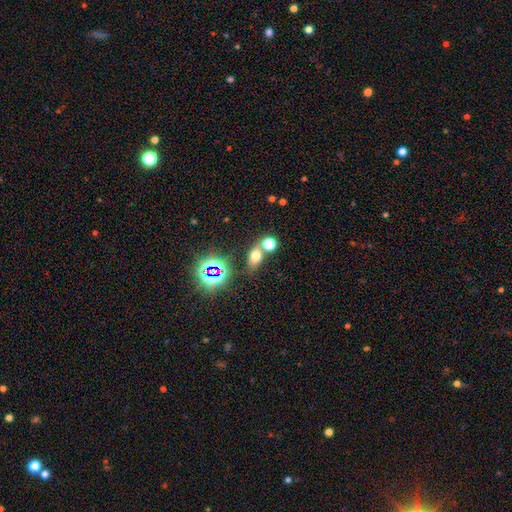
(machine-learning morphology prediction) A smooth galaxy with no disk features (61%) that is in between round and cigar-shaped (68%).

Vote fractions:
- Smooth or featured? smooth: 61% / star or artifact: 27% / featured or disk: 12%
- How rounded? in between: 68% / round: 28% / cigar-shaped: 4%
- Merging? none: 57% / merger: 28% / minor disturbance: 10% / major disturbance: 5%